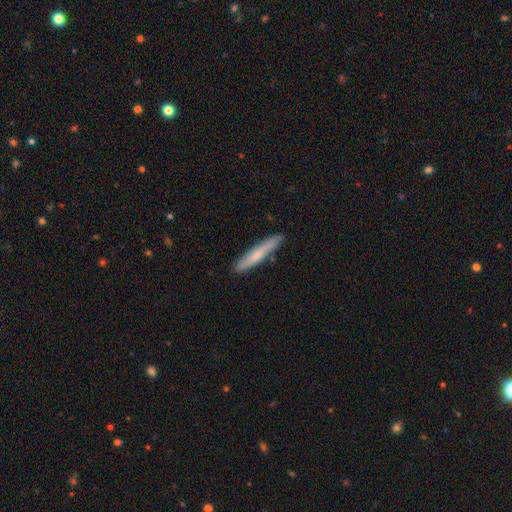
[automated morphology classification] A smooth galaxy with no disk features (61%) that is cigar-shaped (94%).

Vote fractions:
- Smooth or featured? smooth: 61% / featured or disk: 33% / star or artifact: 6%
- How rounded? cigar-shaped: 94% / in between: 5% / round: 1%
- Merging? none: 84% / minor disturbance: 12% / major disturbance: 2% / merger: 2%